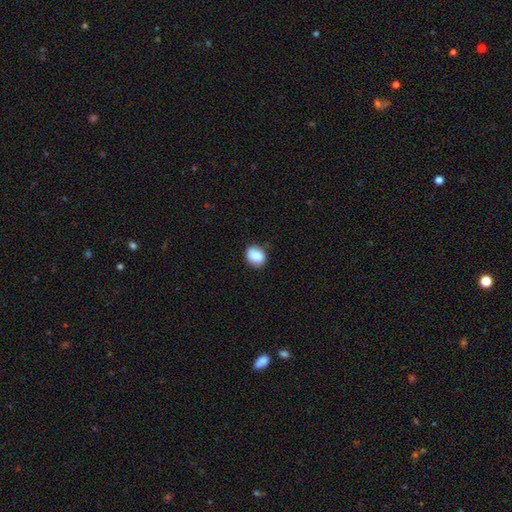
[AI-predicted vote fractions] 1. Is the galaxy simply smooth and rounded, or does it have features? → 86% smooth, 8% star or artifact, 6% featured or disk.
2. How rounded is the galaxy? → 52% round, 47% in between, 1% cigar-shaped.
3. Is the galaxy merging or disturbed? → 83% none, 13% minor disturbance, 3% major disturbance, 1% merger.